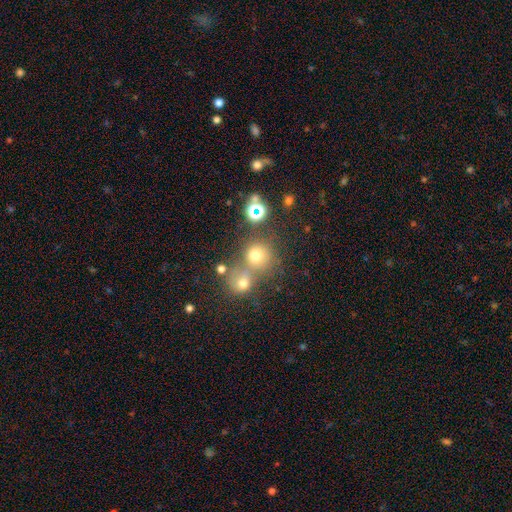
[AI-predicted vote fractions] The model was most divided on "merging": none: 54%, merger: 34%, minor disturbance: 8%, major disturbance: 4%. More confident: how rounded — round (87%); smooth or featured — smooth (69%).